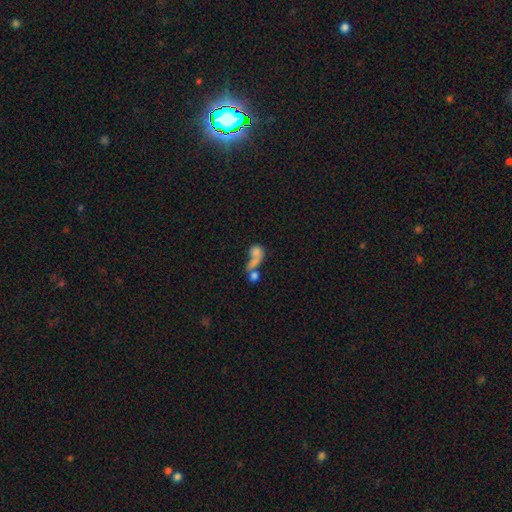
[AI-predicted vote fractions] Smooth or featured: smooth — 68% (featured or disk — 20%)
How rounded: in between — 50% (round — 41%)
Merging: merger — 52% (none — 20%)